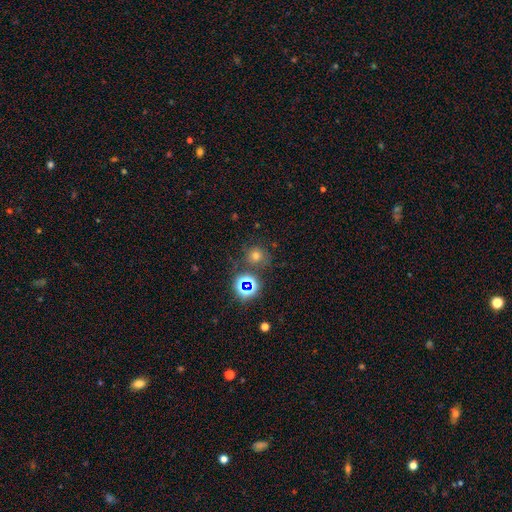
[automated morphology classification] Smooth or featured?
  - smooth: 60% *
  - star or artifact: 30%
  - featured or disk: 10%
How rounded?
  - round: 88% *
  - in between: 11%
  - cigar-shaped: 1%
Merging?
  - none: 74% *
  - minor disturbance: 13%
  - merger: 8%
  - major disturbance: 6%